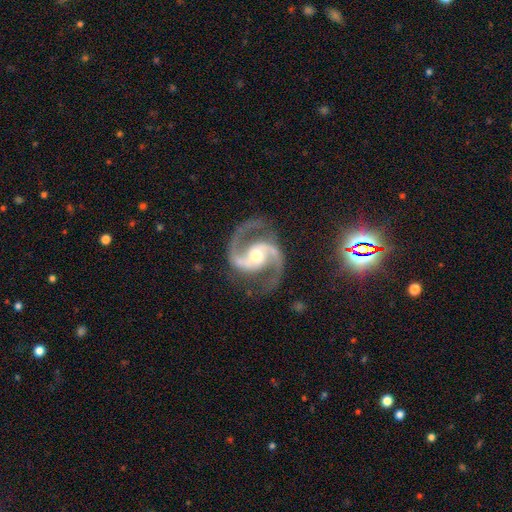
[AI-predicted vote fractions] Smooth or featured? Predicted: featured or disk (p=0.94). Edge-on disk? Predicted: no (p=0.98). Bar? Predicted: weak (p=0.39). Spiral arms? Predicted: yes (p=0.99). Spiral winding? Predicted: medium (p=0.69). Spiral arm count? Predicted: 2 (p=0.95). Bulge size? Predicted: moderate (p=0.62). Merging? Predicted: none (p=0.82).